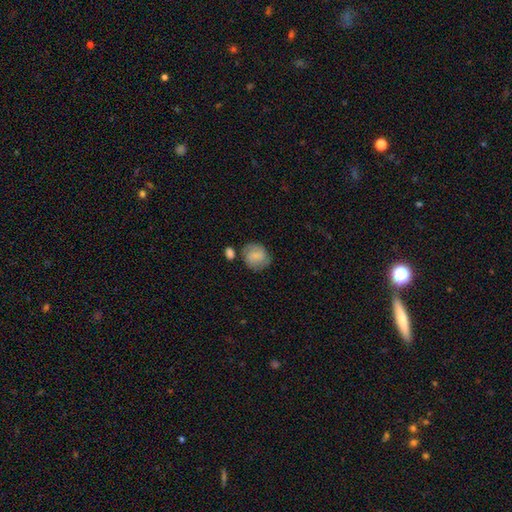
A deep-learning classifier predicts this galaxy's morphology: This is likely a smooth galaxy (69%). How rounded: likely round (78%). Merging: likely none (66%).